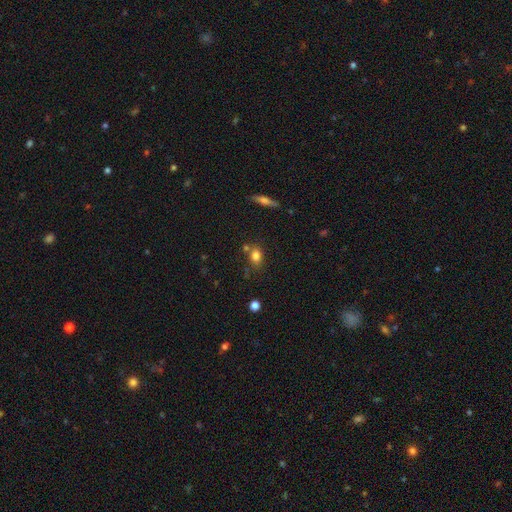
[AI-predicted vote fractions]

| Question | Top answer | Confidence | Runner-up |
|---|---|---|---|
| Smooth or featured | smooth | 79% | star or artifact (11%) |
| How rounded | in between | 56% | round (42%) |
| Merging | none | 68% | minor disturbance (15%) |